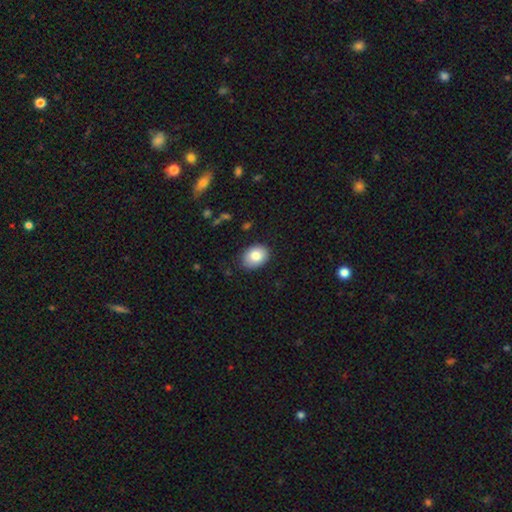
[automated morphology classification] Smooth or featured?
  - smooth: 83% *
  - featured or disk: 10%
  - star or artifact: 8%
How rounded?
  - in between: 71% *
  - round: 29%
  - cigar-shaped: 1%
Merging?
  - none: 85% *
  - minor disturbance: 12%
  - major disturbance: 2%
  - merger: 1%